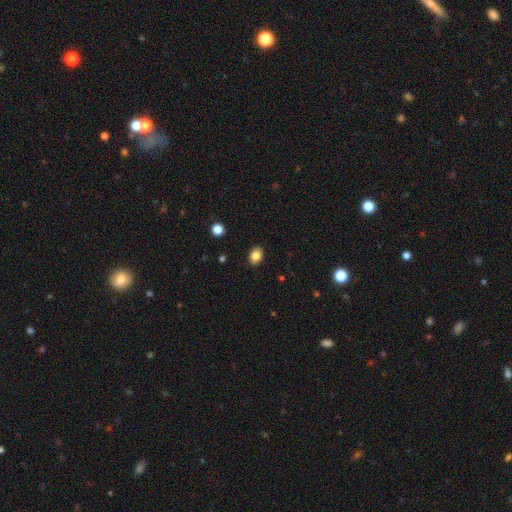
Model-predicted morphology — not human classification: Overall: smooth (85%). How rounded: in between (70%). Merging: none (89%).